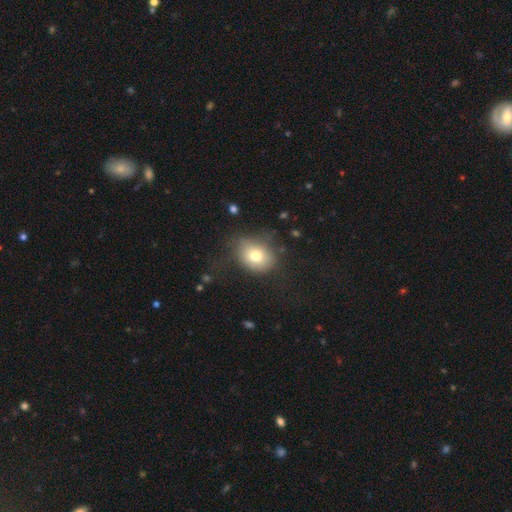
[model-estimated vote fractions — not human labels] Q: Smooth or featured?
A: smooth (74%); runner-up: featured or disk (14%)
Q: How rounded?
A: round (52%); runner-up: in between (47%)
Q: Merging?
A: none (65%); runner-up: minor disturbance (22%)